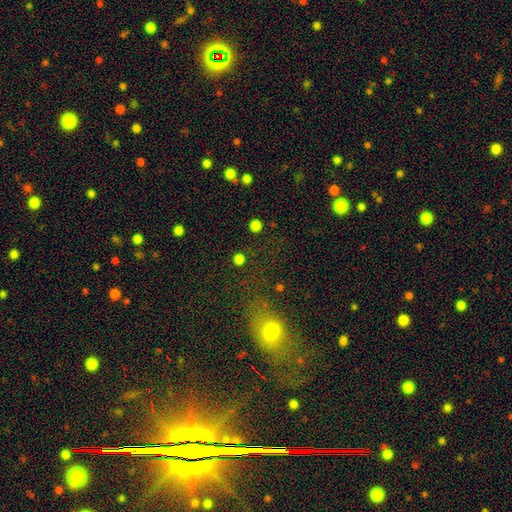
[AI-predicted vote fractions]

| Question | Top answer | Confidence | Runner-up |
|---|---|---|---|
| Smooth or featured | star or artifact | 51% | smooth (33%) |